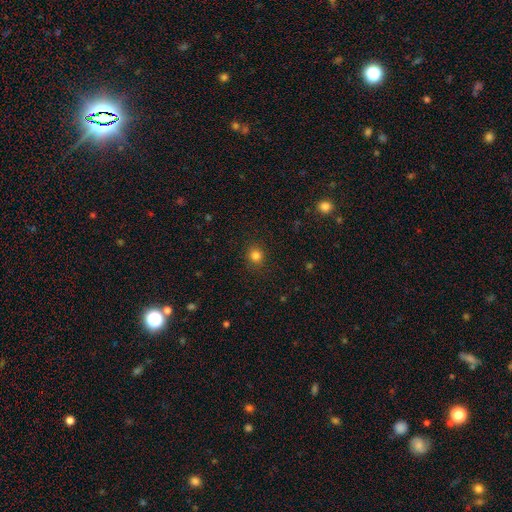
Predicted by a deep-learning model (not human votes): The model was most divided on "smooth or featured": smooth: 82%, star or artifact: 13%, featured or disk: 5%. More confident: merging — none (90%); how rounded — round (88%).